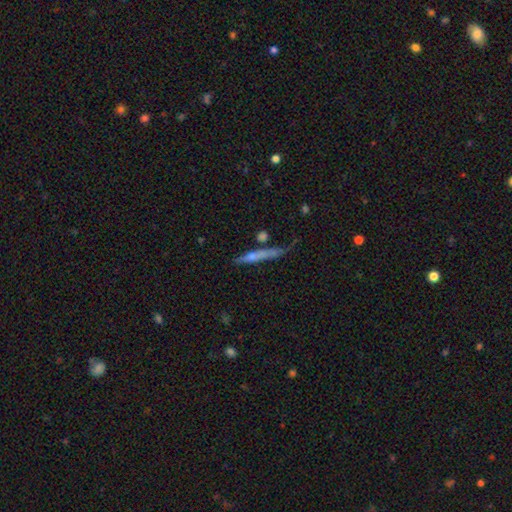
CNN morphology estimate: Q: Smooth or featured?
A: smooth (47%); runner-up: featured or disk (45%)
Q: Merging?
A: none (58%); runner-up: minor disturbance (21%)